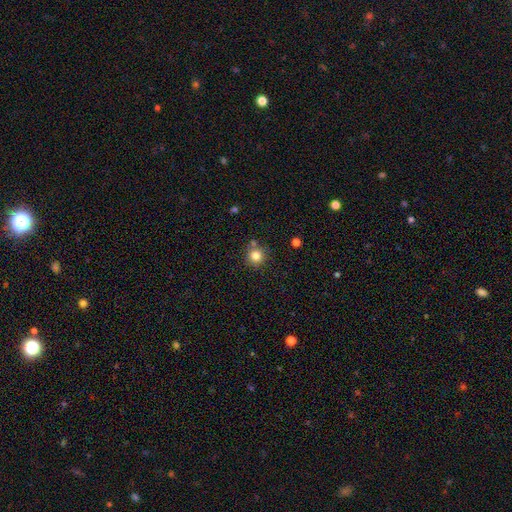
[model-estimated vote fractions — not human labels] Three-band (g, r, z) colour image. It shows a smooth galaxy with no disk features (82%) that is round (93%). Merging: none (76%).